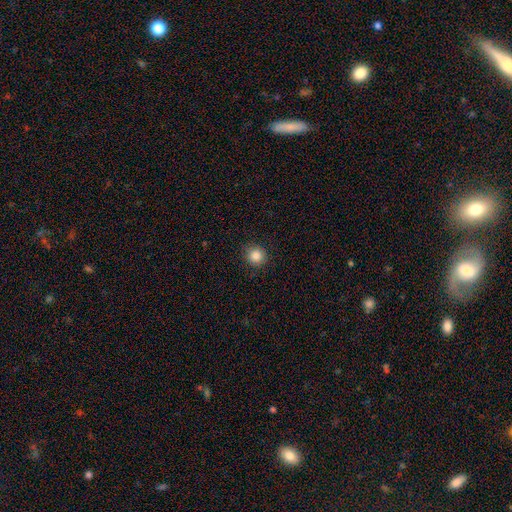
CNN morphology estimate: smooth 85%, star or artifact 10%, featured or disk 4%. Down the decision tree: how rounded — round (91%); merging — none (89%).